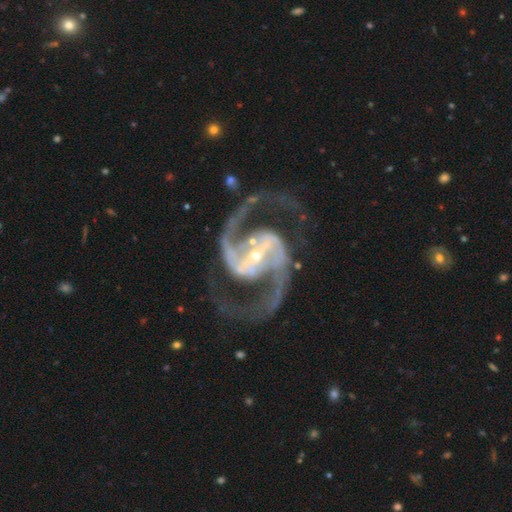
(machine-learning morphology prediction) This appears to be a featured or disk galaxy (94%) with a strong bar (59%), 2 (94%) medium (68%) spiral arms (98%) and a small central bulge (71%). Merging: none (79%).